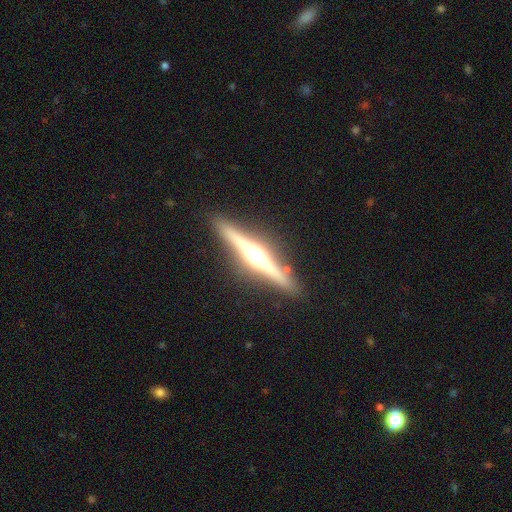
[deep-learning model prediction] This is clearly a featured or disk galaxy (81%). It is clearly viewed edge-on (98%). Edge-on bulge: clearly rounded (94%). Merging: clearly none (90%).